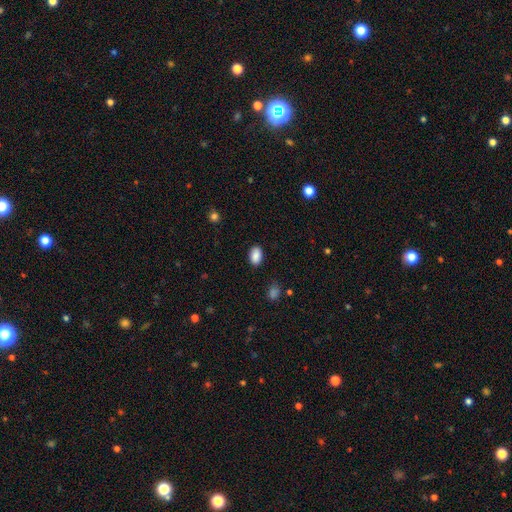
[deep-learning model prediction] smooth_or_featured: smooth (p=0.88) [alt: star or artifact p=0.08]
how_rounded: in between (p=0.88) [alt: round p=0.11]
merging: none (p=0.87) [alt: minor disturbance p=0.10]